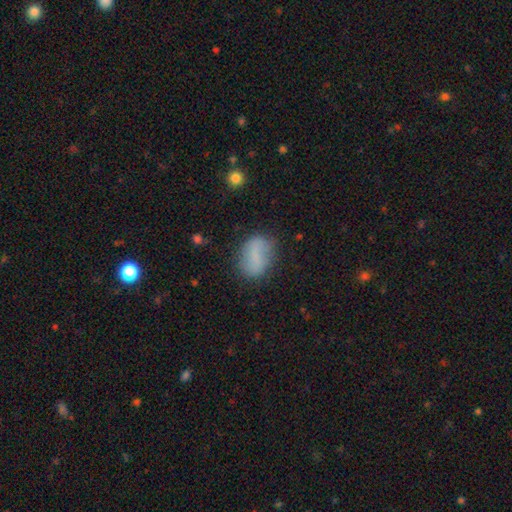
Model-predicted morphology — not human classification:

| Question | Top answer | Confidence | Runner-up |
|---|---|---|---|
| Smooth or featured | smooth | 71% | featured or disk (20%) |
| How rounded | in between | 79% | round (19%) |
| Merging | none | 71% | minor disturbance (20%) |